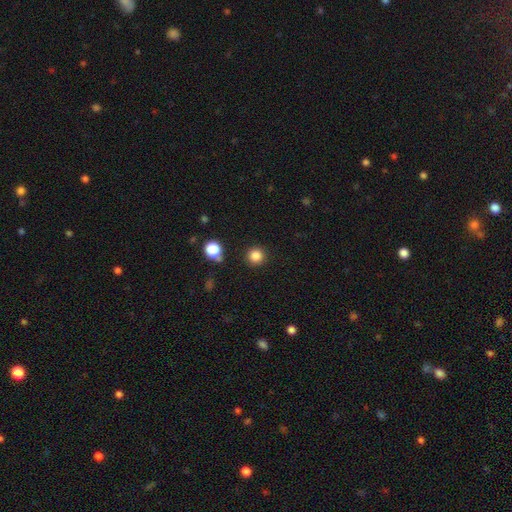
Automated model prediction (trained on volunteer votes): A smooth galaxy with no disk features (84%) that is round (95%).

Vote fractions:
- Smooth or featured? smooth: 84% / star or artifact: 12% / featured or disk: 4%
- How rounded? round: 95% / in between: 4% / cigar-shaped: 1%
- Merging? none: 89% / minor disturbance: 6% / merger: 3% / major disturbance: 2%